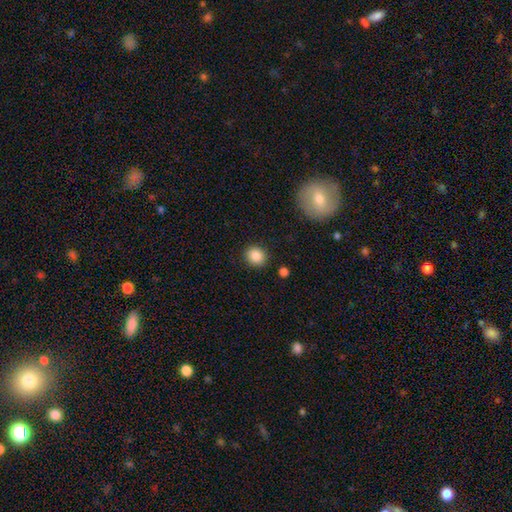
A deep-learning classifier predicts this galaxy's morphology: The model was most divided on "how rounded": round: 83%, in between: 16%, cigar-shaped: 1%. More confident: merging — none (89%); smooth or featured — smooth (87%).